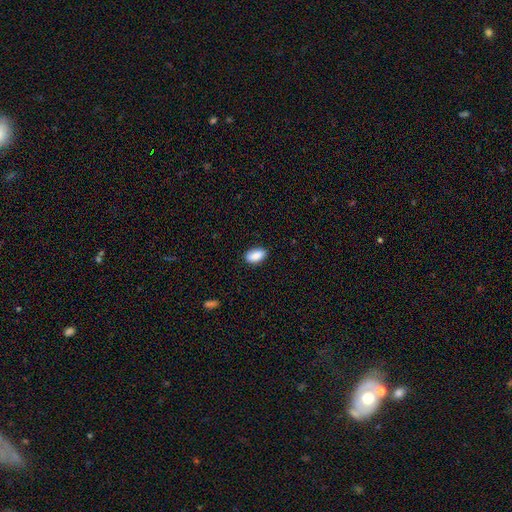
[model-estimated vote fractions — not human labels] This appears to be a smooth galaxy with no disk features (88%) that is in between round and cigar-shaped (92%). Merging: none (86%).